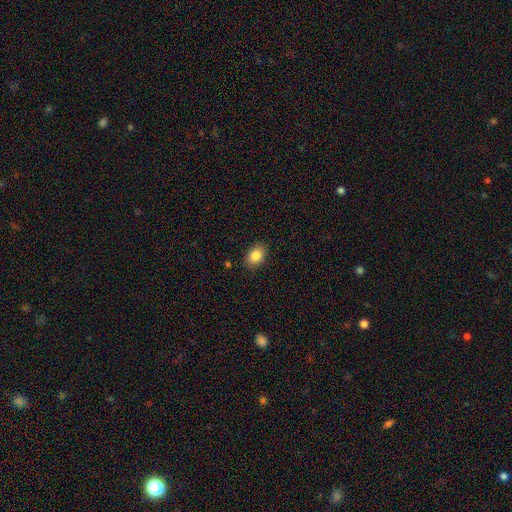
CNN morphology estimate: smooth_or_featured: smooth (p=0.84) [alt: star or artifact p=0.09]
how_rounded: in between (p=0.76) [alt: round p=0.23]
merging: none (p=0.87) [alt: minor disturbance p=0.09]